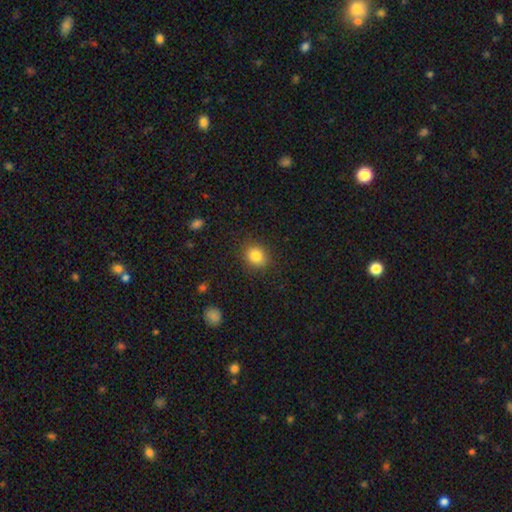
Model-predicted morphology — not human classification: Smooth or featured? smooth (84%)
How rounded? round (69%)
Merging? none (86%)